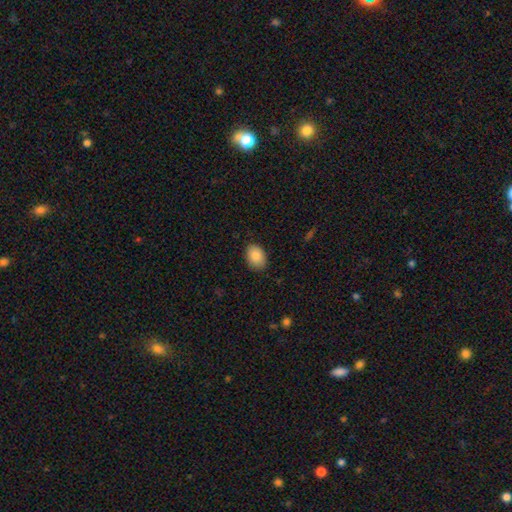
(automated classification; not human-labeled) This is clearly a smooth galaxy (88%). How rounded: likely in between (80%). Merging: clearly none (85%).